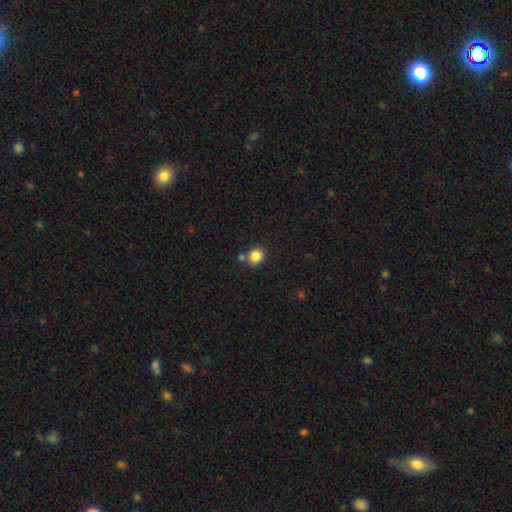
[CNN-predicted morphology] Overall: smooth (85%). How rounded: round (75%). Merging: none (72%).